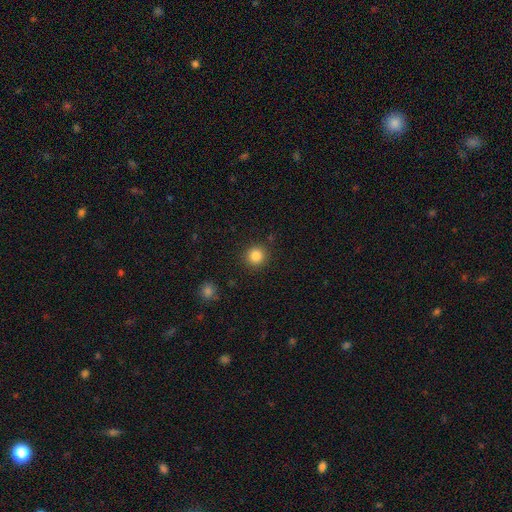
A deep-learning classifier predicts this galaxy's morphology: Smooth or featured? smooth (84%)
How rounded? round (93%)
Merging? none (90%)